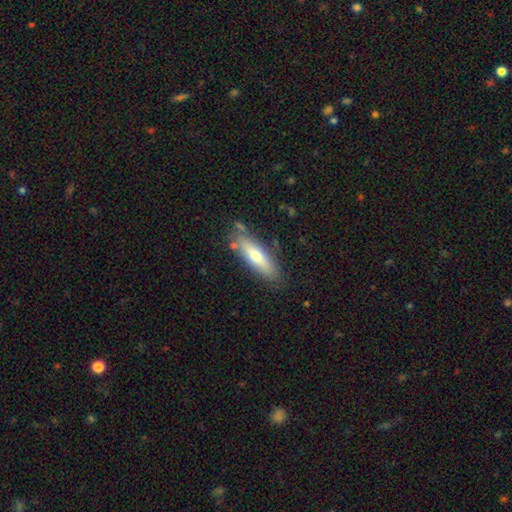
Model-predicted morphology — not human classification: This appears to be a smooth galaxy with no disk features (59%) that is cigar-shaped (61%). Merging: none (79%).